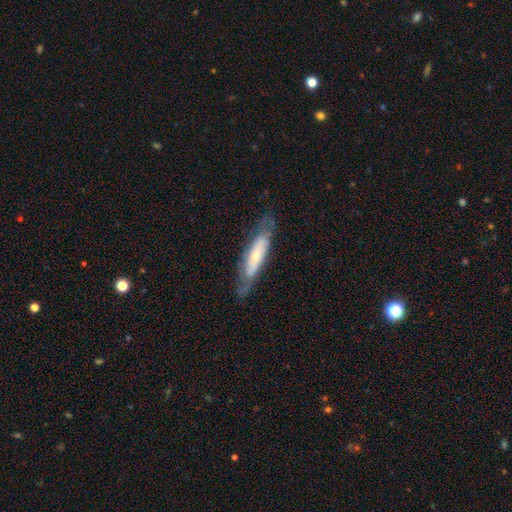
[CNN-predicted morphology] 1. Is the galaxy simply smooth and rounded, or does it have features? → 54% featured or disk, 39% smooth, 6% star or artifact.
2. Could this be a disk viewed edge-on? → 55% no, 45% yes.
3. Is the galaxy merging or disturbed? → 71% none, 20% minor disturbance, 8% major disturbance, 1% merger.